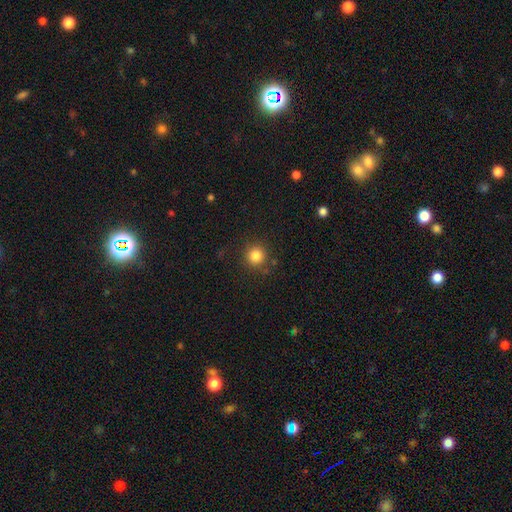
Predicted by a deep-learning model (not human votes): smooth-or-featured: smooth: 83% | star or artifact: 12% | featured or disk: 5%
  how-rounded: round: 94% | in between: 5% | cigar-shaped: 1%
  merging: none: 86% | minor disturbance: 9% | major disturbance: 3% | merger: 2%